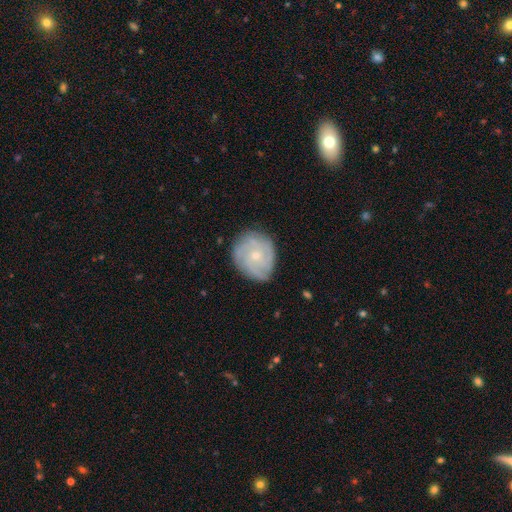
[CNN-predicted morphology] Smooth or featured? Predicted: featured or disk (p=0.71). Edge-on disk? Predicted: no (p=0.98). Bar? Predicted: no (p=0.79). Spiral arms? Predicted: yes (p=0.92). Spiral winding? Predicted: tight (p=0.66). Spiral arm count? Predicted: can't tell (p=0.31). Bulge size? Predicted: small (p=0.69). Merging? Predicted: none (p=0.79).